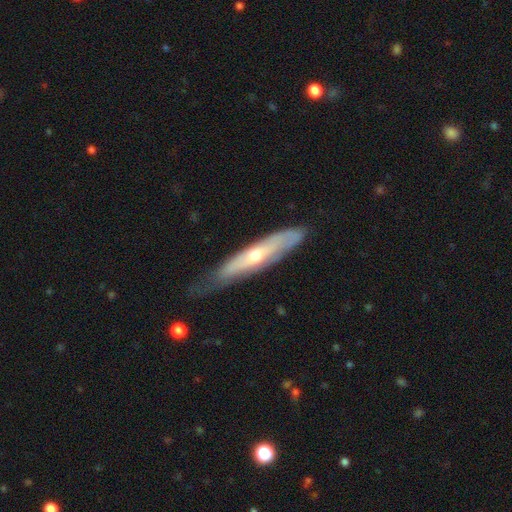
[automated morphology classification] This appears to be a featured or disk galaxy (62%) viewed edge-on (64%). Merging: none (60%).